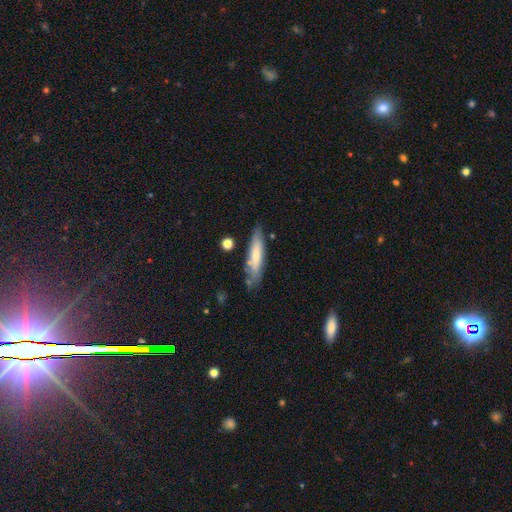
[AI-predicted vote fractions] A smooth galaxy with no disk features (66%) that is cigar-shaped (78%). Merging: none (75%).